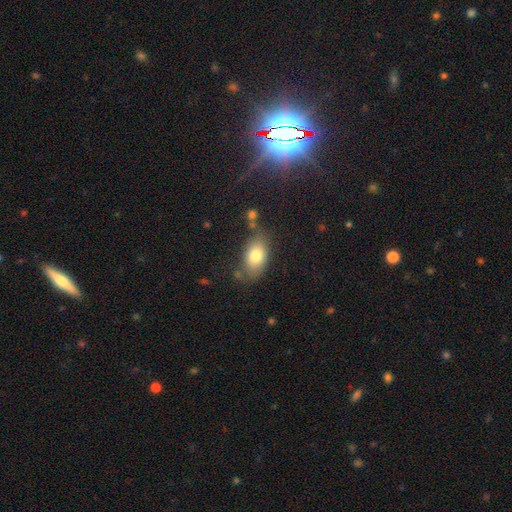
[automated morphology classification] This is likely a smooth galaxy (79%). How rounded: clearly in between (89%). Merging: likely none (70%).